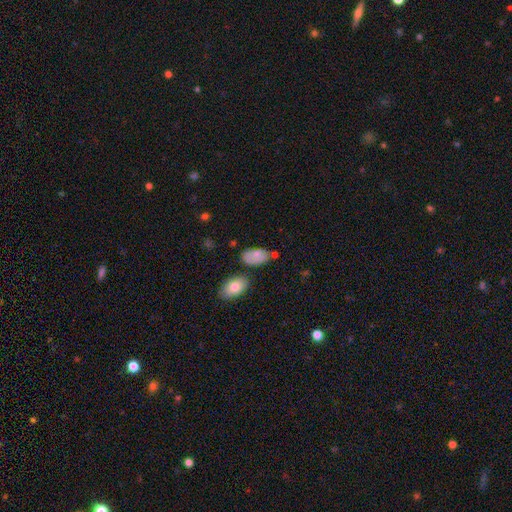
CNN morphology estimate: A smooth galaxy with no disk features (74%) that is in between round and cigar-shaped (92%).

Vote fractions:
- Smooth or featured? smooth: 74% / featured or disk: 19% / star or artifact: 8%
- How rounded? in between: 92% / round: 5% / cigar-shaped: 2%
- Merging? none: 52% / minor disturbance: 26% / merger: 14% / major disturbance: 8%